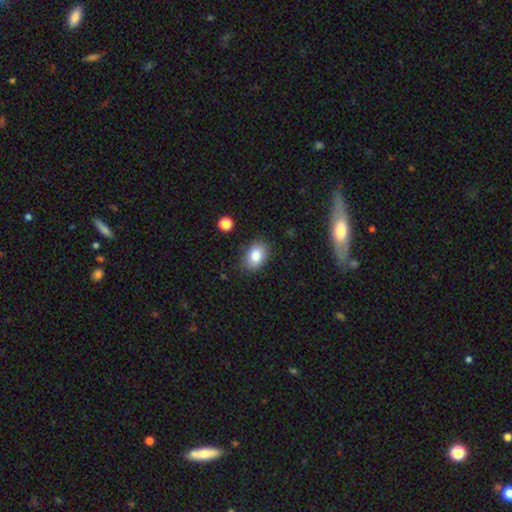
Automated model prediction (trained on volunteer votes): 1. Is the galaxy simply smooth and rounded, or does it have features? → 84% smooth, 8% star or artifact, 7% featured or disk.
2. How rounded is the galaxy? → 81% in between, 18% round, 1% cigar-shaped.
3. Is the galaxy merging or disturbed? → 81% none, 14% minor disturbance, 3% major disturbance, 2% merger.